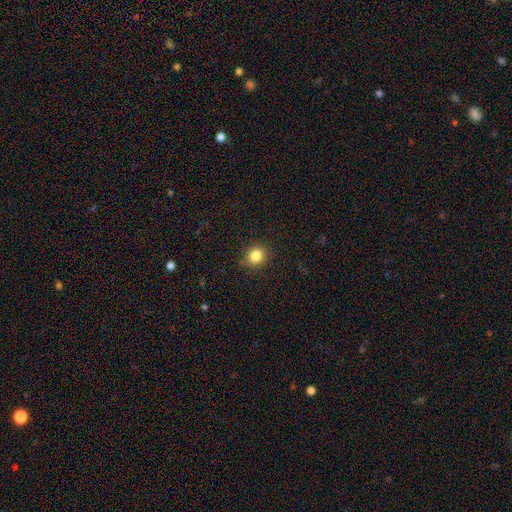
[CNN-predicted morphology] Smooth or featured? smooth (84%)
How rounded? round (81%)
Merging? none (89%)